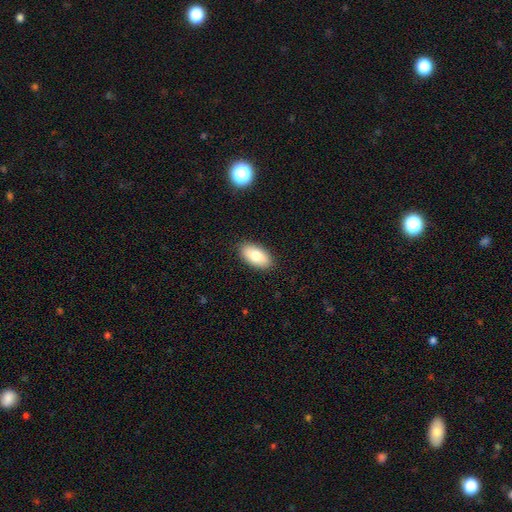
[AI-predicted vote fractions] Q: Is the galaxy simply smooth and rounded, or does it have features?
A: smooth — 79%.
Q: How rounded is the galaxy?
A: in between — 94%.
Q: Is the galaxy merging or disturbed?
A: none — 89%.